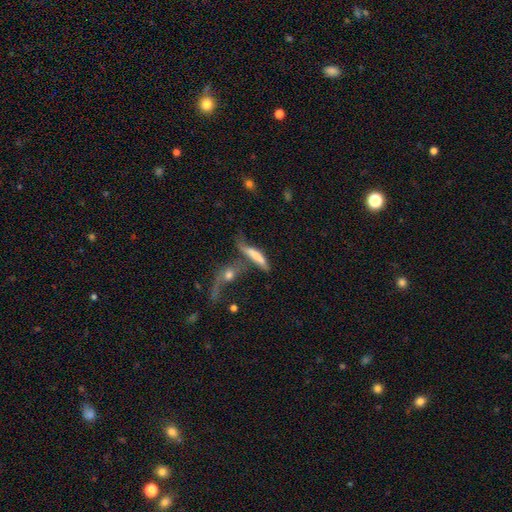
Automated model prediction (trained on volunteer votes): The model was most divided on "merging": merger: 42%, none: 28%, major disturbance: 16%, minor disturbance: 15%. More confident: how rounded — cigar-shaped (74%); smooth or featured — smooth (62%).